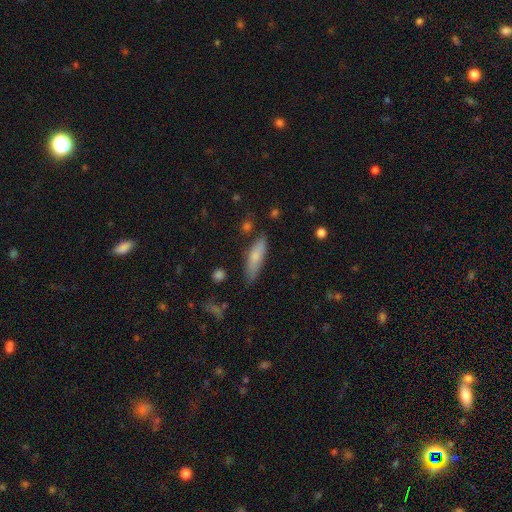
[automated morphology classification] Q: Smooth or featured?
A: smooth (74%); runner-up: featured or disk (19%)
Q: How rounded?
A: cigar-shaped (54%); runner-up: in between (44%)
Q: Merging?
A: none (74%); runner-up: minor disturbance (20%)